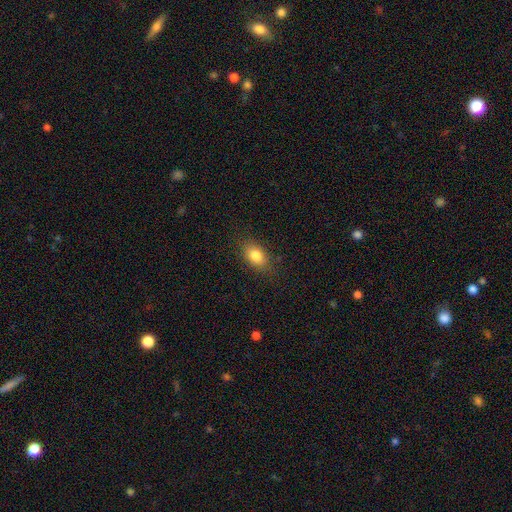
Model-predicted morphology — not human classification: smooth_or_featured: smooth (p=0.83) [alt: star or artifact p=0.09]
how_rounded: in between (p=0.82) [alt: round p=0.15]
merging: none (p=0.83) [alt: minor disturbance p=0.12]